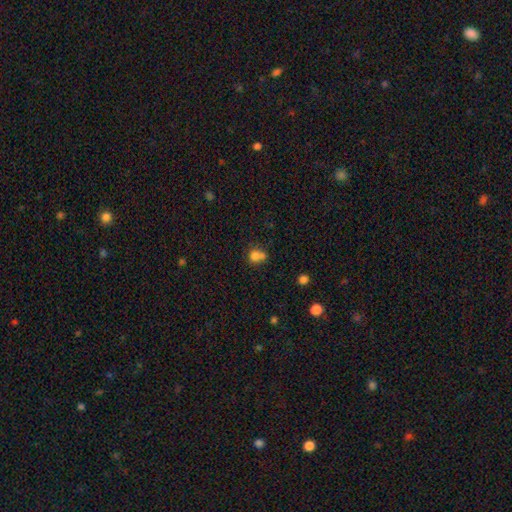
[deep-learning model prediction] This is likely a smooth galaxy (76%). How rounded: likely round (66%). Merging: marginally none (40%).